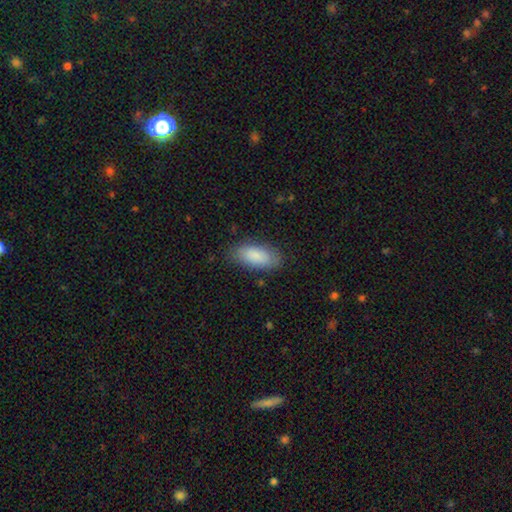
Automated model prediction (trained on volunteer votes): A smooth galaxy with no disk features (86%) that is in between round and cigar-shaped (89%). Merging: none (81%).